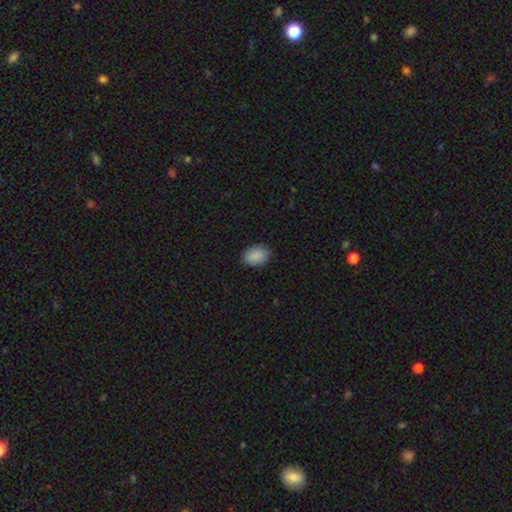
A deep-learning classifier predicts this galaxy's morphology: This is clearly a smooth galaxy (89%). How rounded: likely in between (79%). Merging: clearly none (85%).